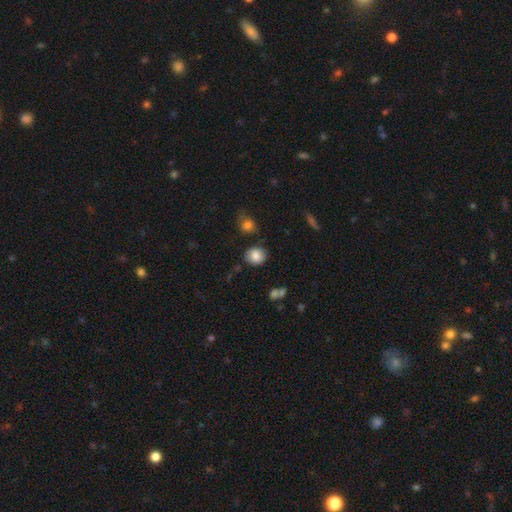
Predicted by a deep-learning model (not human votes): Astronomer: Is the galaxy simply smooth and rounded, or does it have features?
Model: smooth — 83%.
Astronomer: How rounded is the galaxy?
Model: round — 68%.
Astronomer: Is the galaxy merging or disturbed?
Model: none — 79%.